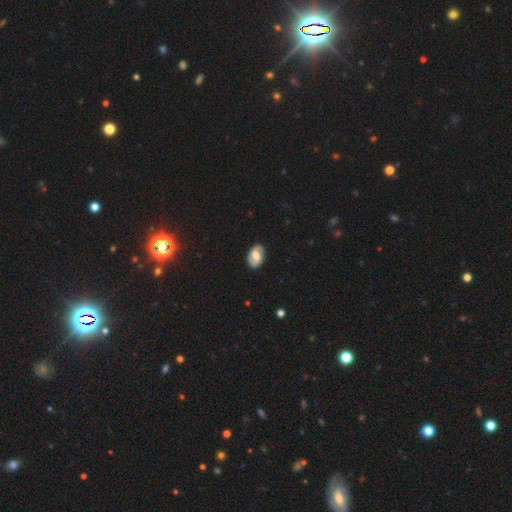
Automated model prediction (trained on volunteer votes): A featured or disk galaxy (53%) with a weak bar (43%), spiral arms (75%) and a moderate central bulge (59%).

Vote fractions:
- Smooth or featured? featured or disk: 53% / smooth: 40% / star or artifact: 7%
- Edge-on disk? no: 95% / yes: 5%
- Bar? weak: 43% / no: 40% / strong: 17%
- Spiral arms? yes: 75% / no: 25%
- Bulge size? moderate: 59% / large: 24% / small: 12% / none: 3% / dominant: 2%
- Merging? none: 85% / minor disturbance: 11% / major disturbance: 3% / merger: 1%